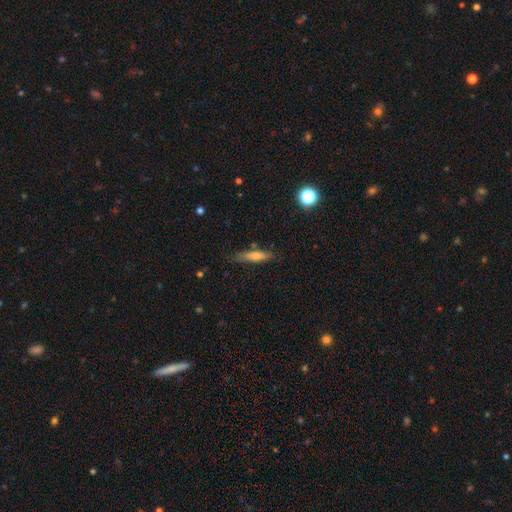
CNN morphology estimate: type=smooth (59%); roundness=cigar-shaped (78%); merging=none (74%).